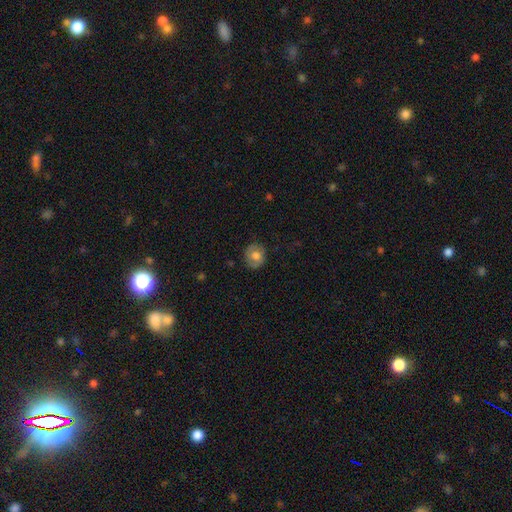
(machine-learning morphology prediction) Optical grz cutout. It shows a smooth galaxy with no disk features (71%) that is round (76%). Merging: none (80%).